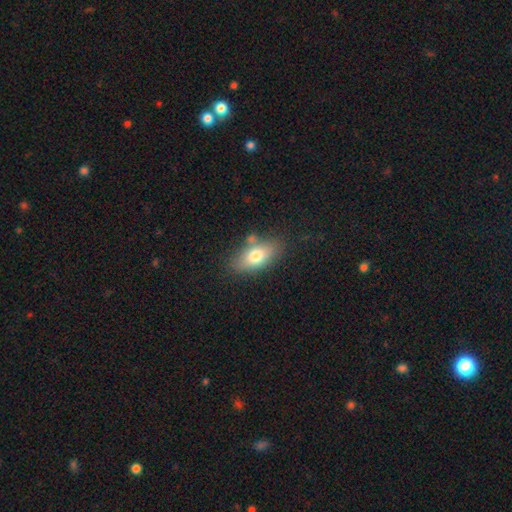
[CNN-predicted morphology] smooth-or-featured: smooth: 74% | featured or disk: 18% | star or artifact: 8%
  how-rounded: in between: 87% | cigar-shaped: 7% | round: 6%
  merging: none: 71% | minor disturbance: 16% | merger: 9% | major disturbance: 4%